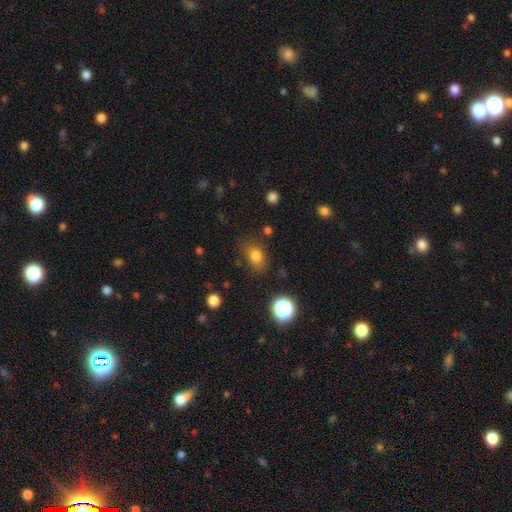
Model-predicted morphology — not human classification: This is likely a smooth galaxy (79%). How rounded: likely in between (67%). Merging: likely none (73%).